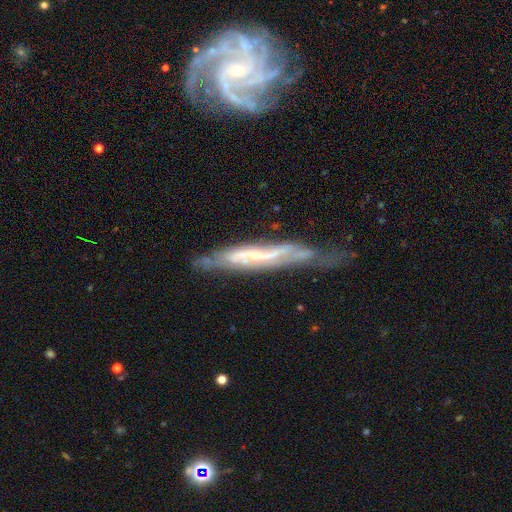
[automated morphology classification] A featured or disk galaxy (74%) viewed edge-on (60%).

Vote fractions:
- Smooth or featured? featured or disk: 74% / smooth: 19% / star or artifact: 7%
- Edge-on disk? yes: 60% / no: 40%
- Merging? none: 49% / minor disturbance: 30% / major disturbance: 17% / merger: 4%